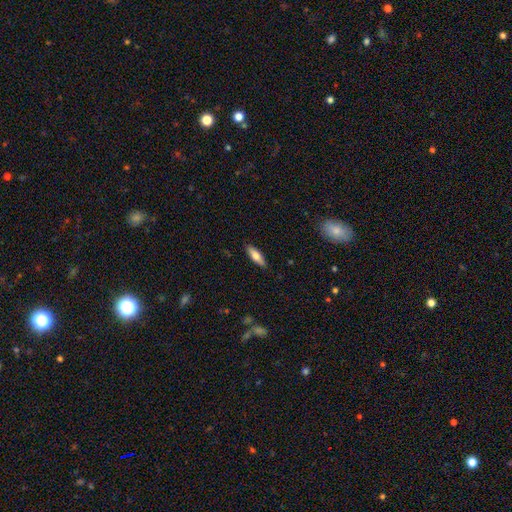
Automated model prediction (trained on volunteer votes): This is likely a smooth galaxy (69%). How rounded: possibly cigar-shaped (49%). Merging: clearly none (88%).